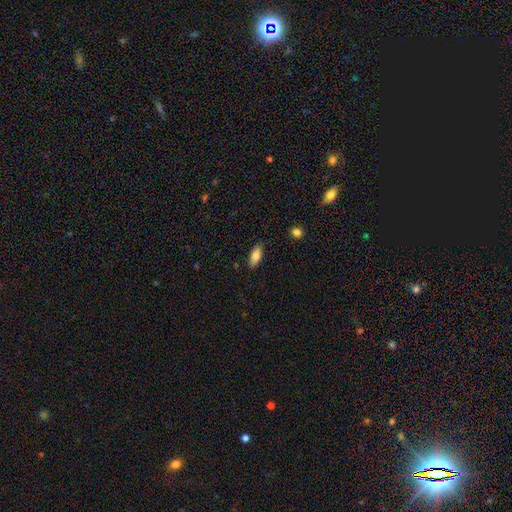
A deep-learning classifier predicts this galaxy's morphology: A smooth galaxy with no disk features (80%) that is in between round and cigar-shaped (81%).

Vote fractions:
- Smooth or featured? smooth: 80% / featured or disk: 13% / star or artifact: 7%
- How rounded? in between: 81% / cigar-shaped: 16% / round: 2%
- Merging? none: 85% / minor disturbance: 12% / major disturbance: 2% / merger: 1%